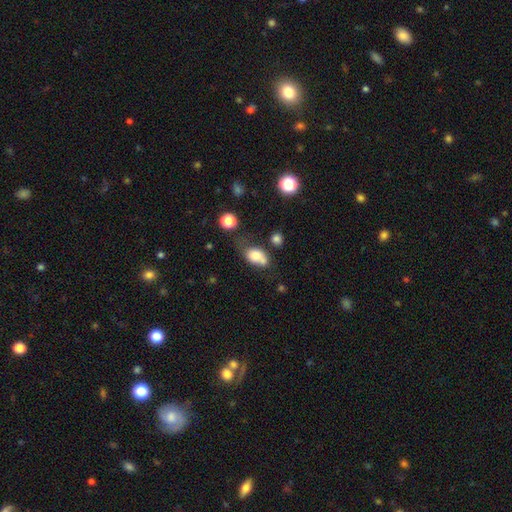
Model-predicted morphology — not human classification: Smooth or featured: smooth — 76% (featured or disk — 14%)
How rounded: in between — 77% (round — 21%)
Merging: none — 33% (minor disturbance — 27%)